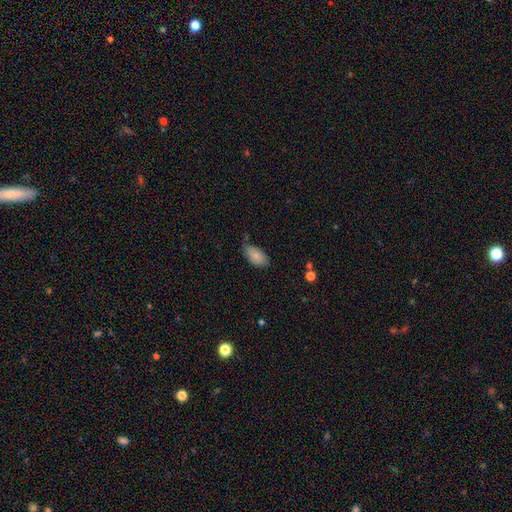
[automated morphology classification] A smooth galaxy with no disk features (84%) that is in between round and cigar-shaped (94%).

Vote fractions:
- Smooth or featured? smooth: 84% / featured or disk: 9% / star or artifact: 7%
- How rounded? in between: 94% / round: 3% / cigar-shaped: 3%
- Merging? none: 63% / minor disturbance: 29% / major disturbance: 5% / merger: 3%